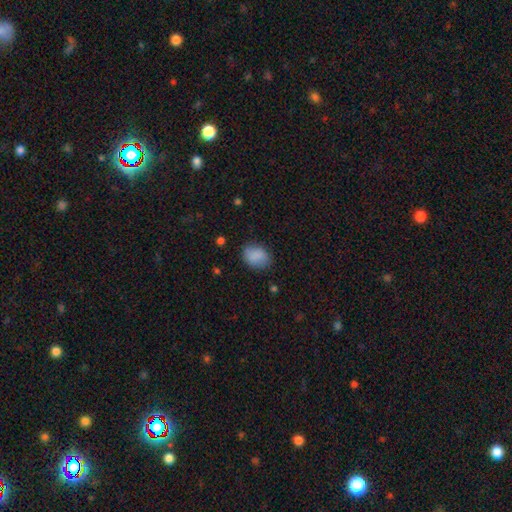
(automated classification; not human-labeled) This appears to be a smooth galaxy with no disk features (86%) that is in between round and cigar-shaped (63%). Merging: none (77%).